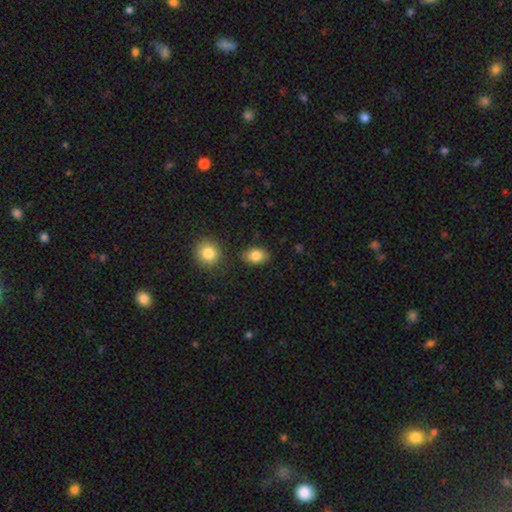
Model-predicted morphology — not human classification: Smooth or featured?
  - smooth: 85% *
  - star or artifact: 8%
  - featured or disk: 7%
How rounded?
  - in between: 77% *
  - round: 22%
  - cigar-shaped: 1%
Merging?
  - none: 83% *
  - minor disturbance: 10%
  - merger: 4%
  - major disturbance: 3%